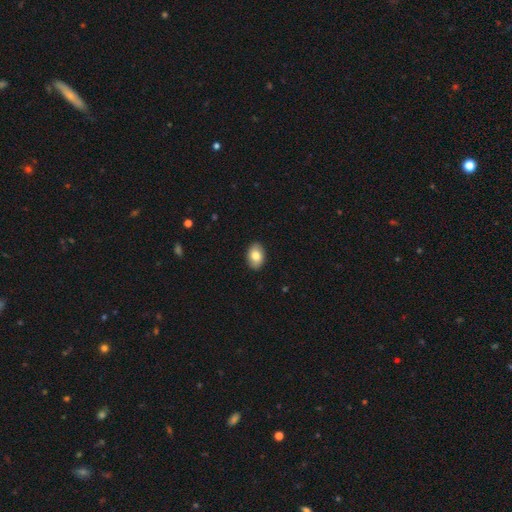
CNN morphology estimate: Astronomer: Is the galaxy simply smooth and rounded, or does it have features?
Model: smooth — 82%.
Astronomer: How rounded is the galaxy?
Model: in between — 87%.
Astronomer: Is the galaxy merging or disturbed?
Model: none — 89%.